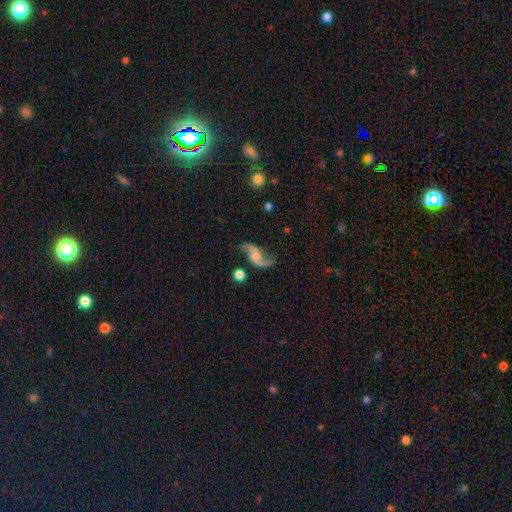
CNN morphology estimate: Smooth or featured? featured or disk (86%)
Edge-on disk? no (97%)
Bar? no (58%)
Spiral arms? yes (96%)
Spiral winding? loose (87%)
Spiral arm count? 2 (93%)
Bulge size? none (52%)
Merging? none (73%)